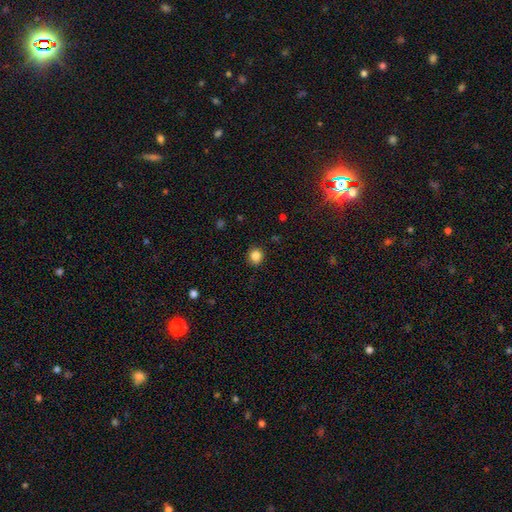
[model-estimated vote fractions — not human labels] Smooth or featured? smooth (85%)
How rounded? round (80%)
Merging? none (89%)